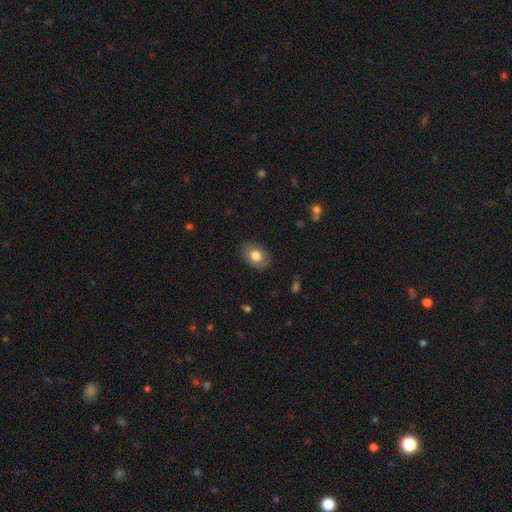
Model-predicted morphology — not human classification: Smooth or featured: smooth — 78% (featured or disk — 14%)
How rounded: in between — 79% (round — 20%)
Merging: none — 85% (minor disturbance — 12%)